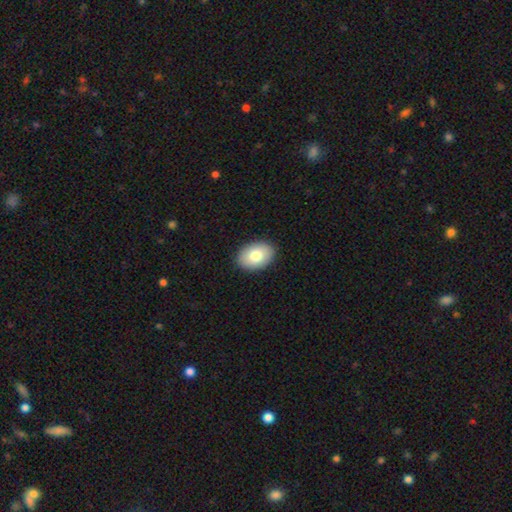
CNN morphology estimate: Q: Smooth or featured?
A: smooth (79%); runner-up: featured or disk (15%)
Q: How rounded?
A: in between (84%); runner-up: round (15%)
Q: Merging?
A: none (90%); runner-up: minor disturbance (7%)